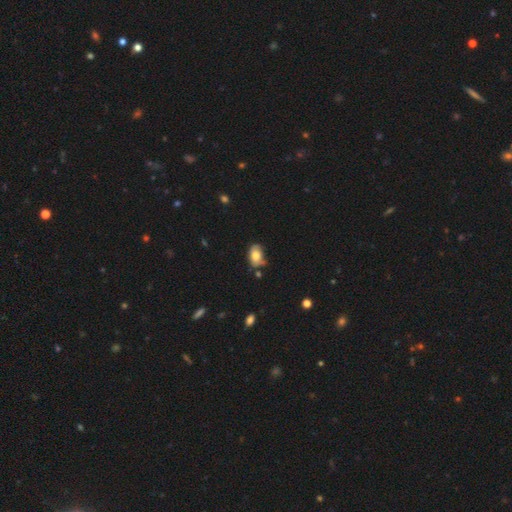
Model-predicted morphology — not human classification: Q: Smooth or featured?
A: smooth (76%); runner-up: featured or disk (16%)
Q: How rounded?
A: in between (85%); runner-up: round (13%)
Q: Merging?
A: none (47%); runner-up: minor disturbance (36%)